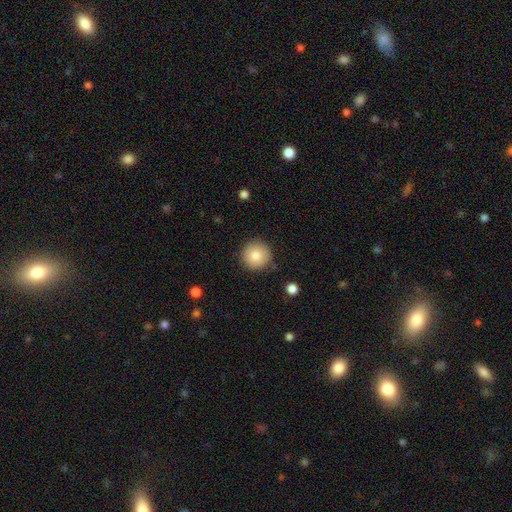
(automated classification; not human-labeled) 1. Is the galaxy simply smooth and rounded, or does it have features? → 83% smooth, 9% star or artifact, 9% featured or disk.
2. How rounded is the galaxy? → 96% round, 3% in between, 1% cigar-shaped.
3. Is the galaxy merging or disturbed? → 87% none, 9% minor disturbance, 2% major disturbance, 2% merger.